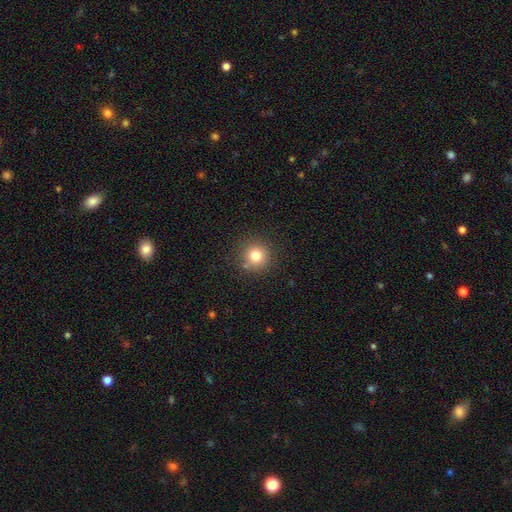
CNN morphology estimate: Smooth or featured?
  - smooth: 79% *
  - star or artifact: 13%
  - featured or disk: 8%
How rounded?
  - round: 94% *
  - in between: 5%
  - cigar-shaped: 1%
Merging?
  - none: 85% *
  - minor disturbance: 9%
  - merger: 3%
  - major disturbance: 3%